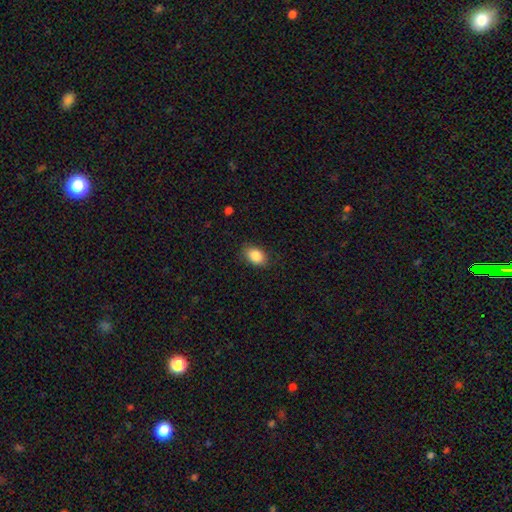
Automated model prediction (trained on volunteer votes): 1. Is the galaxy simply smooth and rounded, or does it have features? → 87% smooth, 8% star or artifact, 5% featured or disk.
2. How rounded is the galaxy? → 85% in between, 14% round, 1% cigar-shaped.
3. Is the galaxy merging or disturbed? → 84% none, 12% minor disturbance, 3% major disturbance, 1% merger.